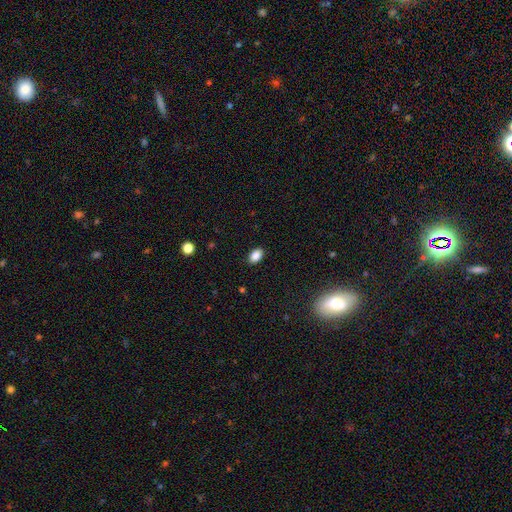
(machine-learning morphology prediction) A smooth galaxy with no disk features (86%) that is in between round and cigar-shaped (89%).

Vote fractions:
- Smooth or featured? smooth: 86% / star or artifact: 9% / featured or disk: 5%
- How rounded? in between: 89% / round: 10% / cigar-shaped: 1%
- Merging? none: 89% / minor disturbance: 8% / major disturbance: 2% / merger: 1%